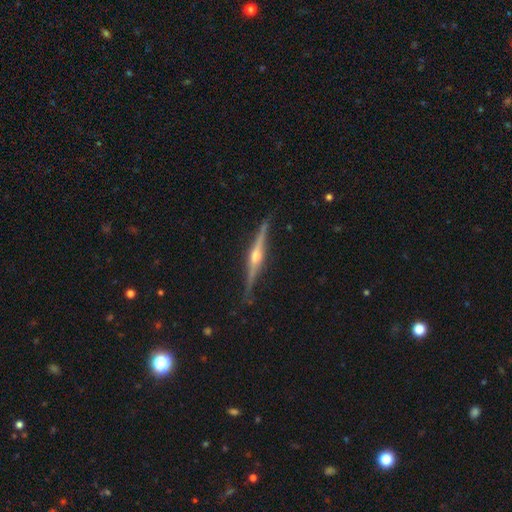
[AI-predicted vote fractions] Smooth or featured? featured or disk (87%)
Edge-on disk? yes (98%)
Edge-on bulge? rounded (90%)
Merging? none (89%)